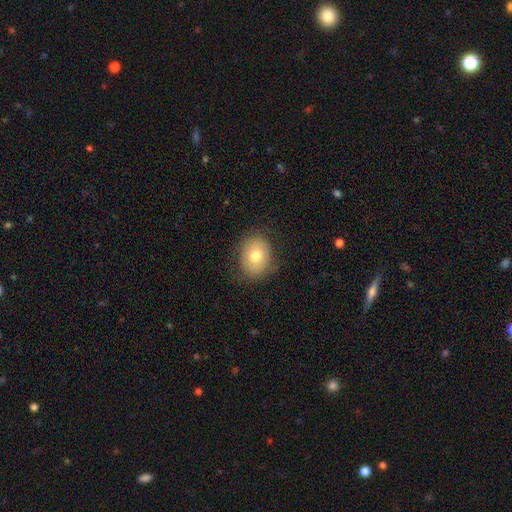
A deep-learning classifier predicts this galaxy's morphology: A smooth galaxy with no disk features (72%) that is in between round and cigar-shaped (53%).

Vote fractions:
- Smooth or featured? smooth: 72% / featured or disk: 19% / star or artifact: 9%
- How rounded? in between: 53% / round: 46% / cigar-shaped: 1%
- Merging? none: 78% / minor disturbance: 16% / major disturbance: 5% / merger: 1%